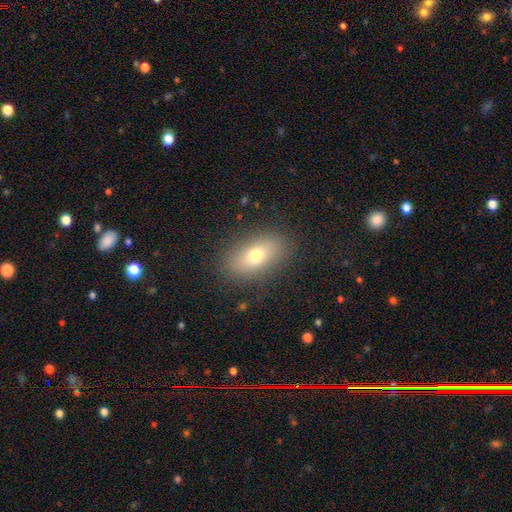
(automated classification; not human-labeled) smooth 69%, featured or disk 19%, star or artifact 12%. Down the decision tree: how rounded — in between (82%); merging — none (85%).